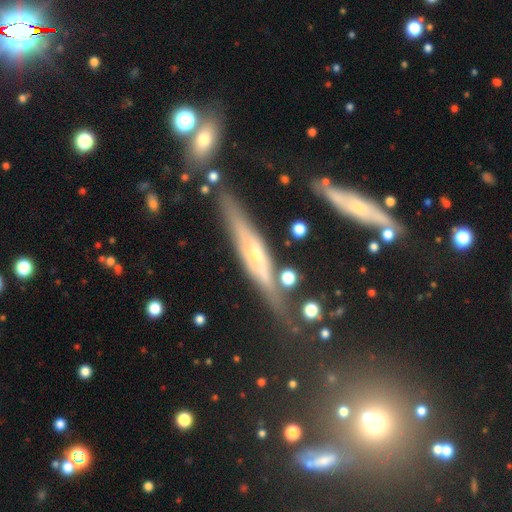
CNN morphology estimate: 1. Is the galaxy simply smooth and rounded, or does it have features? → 70% featured or disk, 22% smooth, 8% star or artifact.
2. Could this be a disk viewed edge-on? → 90% yes, 10% no.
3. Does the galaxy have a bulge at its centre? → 71% rounded, 17% none, 12% boxy.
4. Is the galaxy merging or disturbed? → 72% none, 17% minor disturbance, 6% merger, 6% major disturbance.